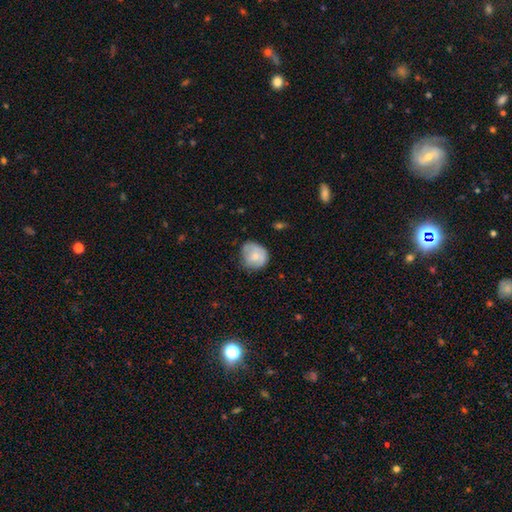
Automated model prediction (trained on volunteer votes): Morphology: type=smooth (67%); roundness=round (75%); merging=none (56%).